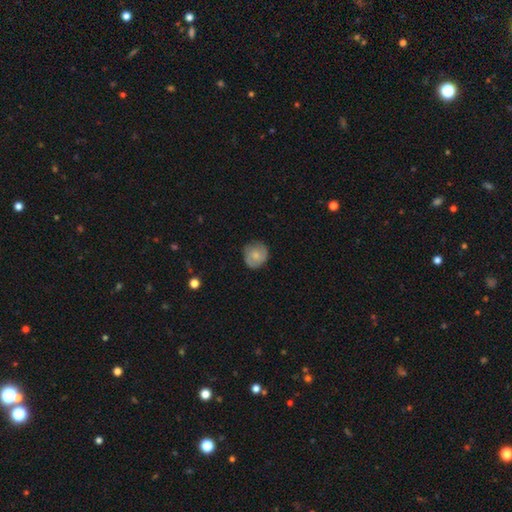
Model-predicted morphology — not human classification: smooth-or-featured: smooth: 68% | featured or disk: 25% | star or artifact: 7%
  how-rounded: round: 88% | in between: 11% | cigar-shaped: 1%
  merging: none: 78% | minor disturbance: 17% | major disturbance: 4% | merger: 1%